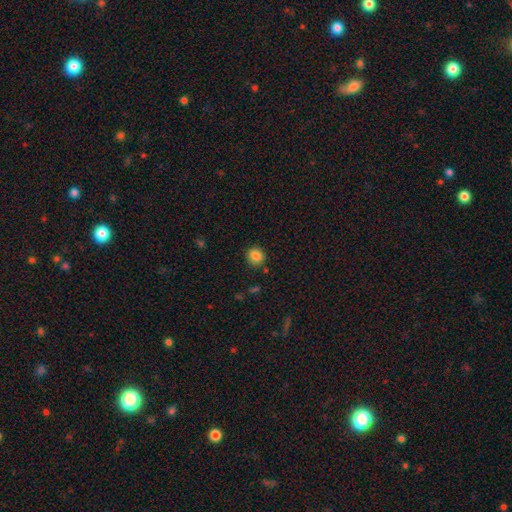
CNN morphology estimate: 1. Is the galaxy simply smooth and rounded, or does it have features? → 86% smooth, 10% star or artifact, 4% featured or disk.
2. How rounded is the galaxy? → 83% round, 16% in between, 1% cigar-shaped.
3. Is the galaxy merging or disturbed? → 86% none, 9% minor disturbance, 3% major disturbance, 2% merger.